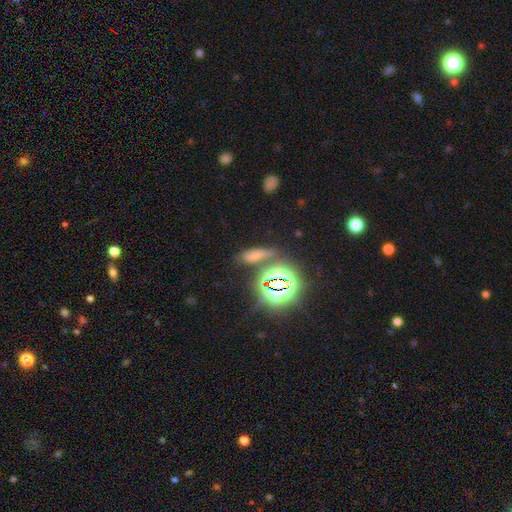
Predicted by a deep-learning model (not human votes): Morphology: type=smooth (46%); merging=none (58%).